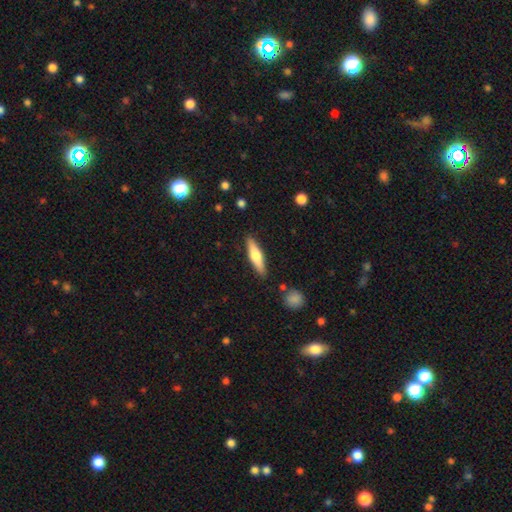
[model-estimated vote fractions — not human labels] Overall: smooth (54%; featured or disk 40%). How rounded: cigar-shaped (76%). Merging: none (87%).